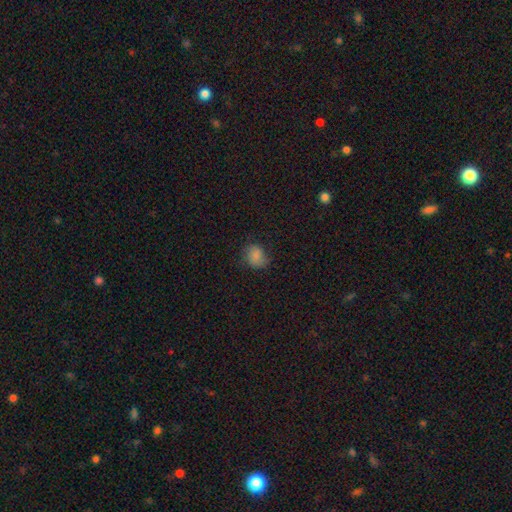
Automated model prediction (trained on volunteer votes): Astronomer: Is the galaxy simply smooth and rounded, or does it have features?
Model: smooth — 81%.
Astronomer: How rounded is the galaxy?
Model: round — 59% (runner-up: in between, 40%).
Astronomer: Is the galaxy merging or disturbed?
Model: none — 66%.